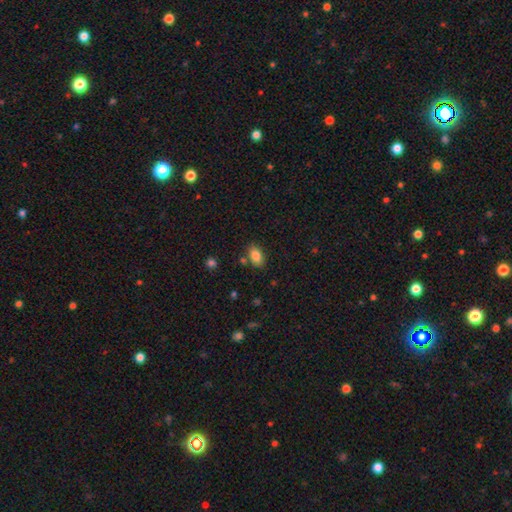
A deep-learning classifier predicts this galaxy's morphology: The model was most divided on "merging": none: 79%, minor disturbance: 12%, merger: 6%, major disturbance: 3%. More confident: how rounded — in between (88%); smooth or featured — smooth (85%).